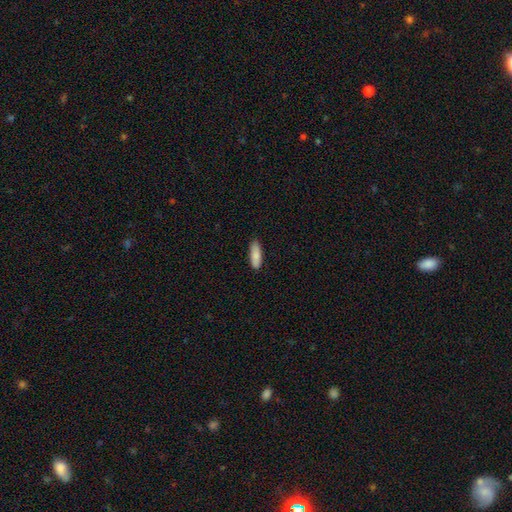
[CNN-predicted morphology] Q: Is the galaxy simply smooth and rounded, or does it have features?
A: smooth — 86%.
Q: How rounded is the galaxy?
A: in between — 60%.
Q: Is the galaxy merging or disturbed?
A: none — 85%.